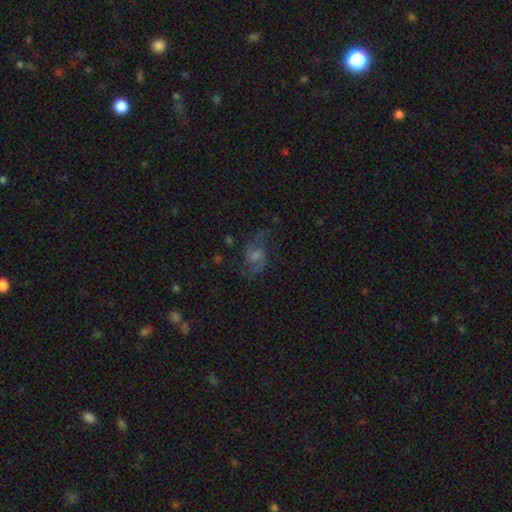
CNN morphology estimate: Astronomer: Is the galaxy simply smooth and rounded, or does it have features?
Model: featured or disk — 69%.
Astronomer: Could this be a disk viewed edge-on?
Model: no — 96%.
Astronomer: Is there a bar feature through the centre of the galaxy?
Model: weak — 49% (runner-up: no, 38%).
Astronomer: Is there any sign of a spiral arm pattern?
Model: yes — 93%.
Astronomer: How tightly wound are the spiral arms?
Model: loose — 49% (runner-up: medium, 42%).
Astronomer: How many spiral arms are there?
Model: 2 — 89%.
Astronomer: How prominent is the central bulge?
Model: small — 37% (runner-up: moderate, 36%).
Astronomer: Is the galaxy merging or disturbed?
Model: none — 72%.